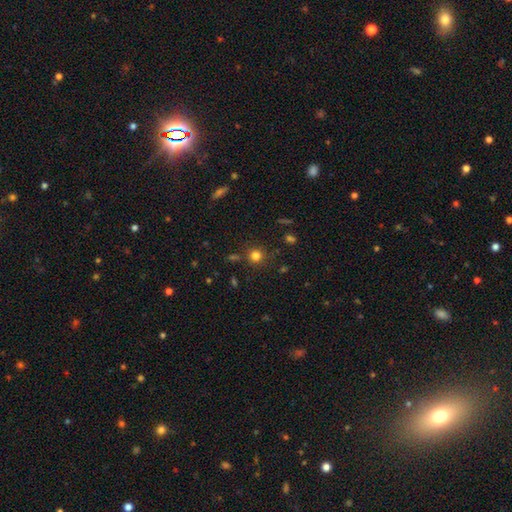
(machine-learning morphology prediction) This appears to be a smooth galaxy with no disk features (78%) that is round (92%). Merging: none (83%).